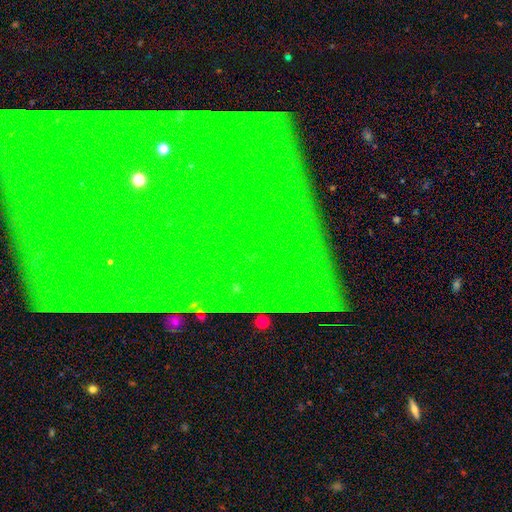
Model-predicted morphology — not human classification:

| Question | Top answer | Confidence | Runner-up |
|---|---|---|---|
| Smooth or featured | star or artifact | 83% | featured or disk (9%) |